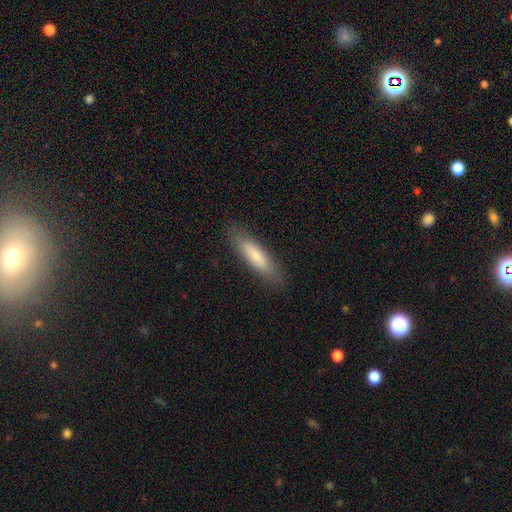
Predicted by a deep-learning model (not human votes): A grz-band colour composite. It shows a smooth galaxy with no disk features (76%) that is cigar-shaped (69%). Merging: none (85%).